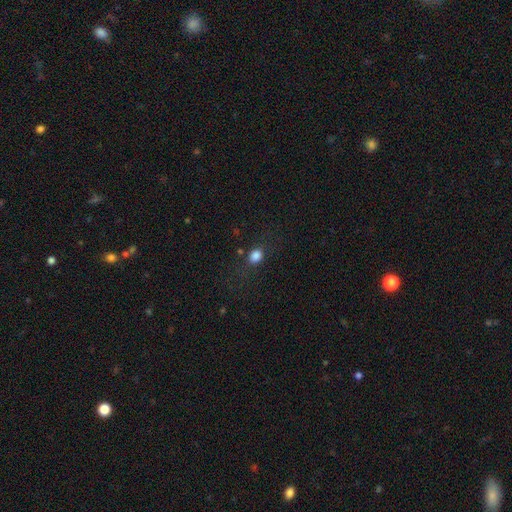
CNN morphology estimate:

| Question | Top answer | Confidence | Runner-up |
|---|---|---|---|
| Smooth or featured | smooth | 82% | star or artifact (13%) |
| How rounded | round | 51% | in between (47%) |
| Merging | none | 75% | minor disturbance (15%) |